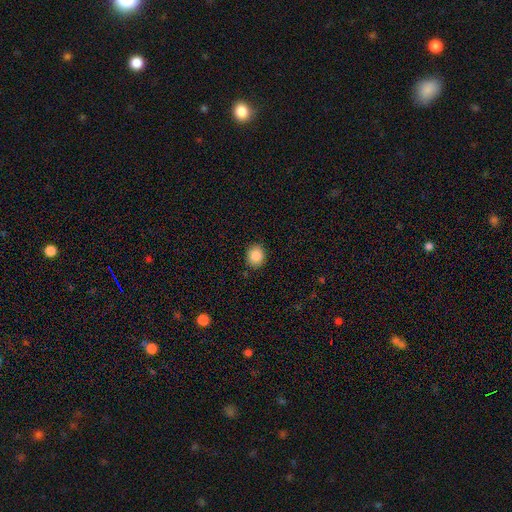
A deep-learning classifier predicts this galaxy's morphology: Smooth or featured? smooth (86%)
How rounded? round (73%)
Merging? none (88%)